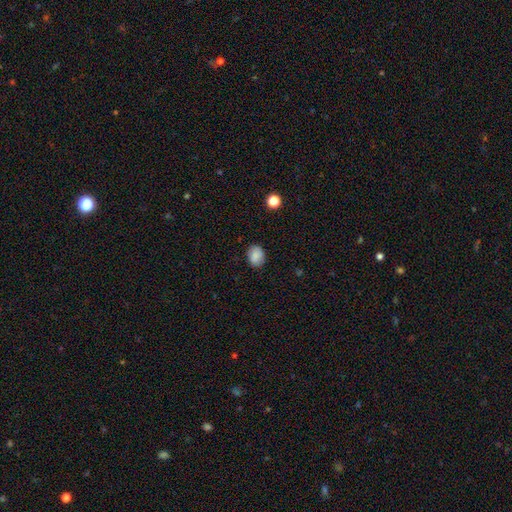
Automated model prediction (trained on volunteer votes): smooth-or-featured: smooth: 85% | star or artifact: 9% | featured or disk: 6%
  how-rounded: in between: 57% | round: 42% | cigar-shaped: 1%
  merging: none: 83% | minor disturbance: 13% | major disturbance: 3% | merger: 1%